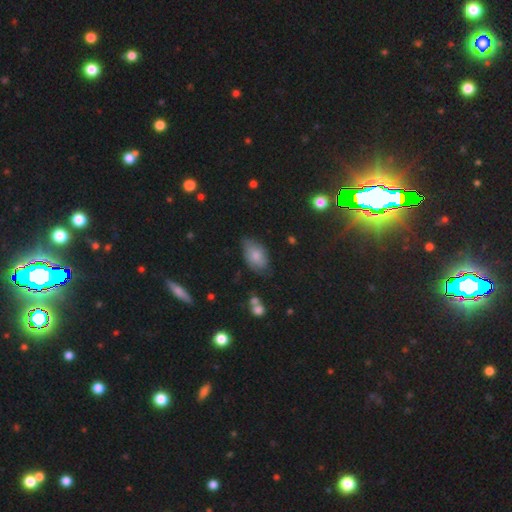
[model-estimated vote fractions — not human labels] Morphology: type=smooth (66%); roundness=in between (91%); merging=none (58%).